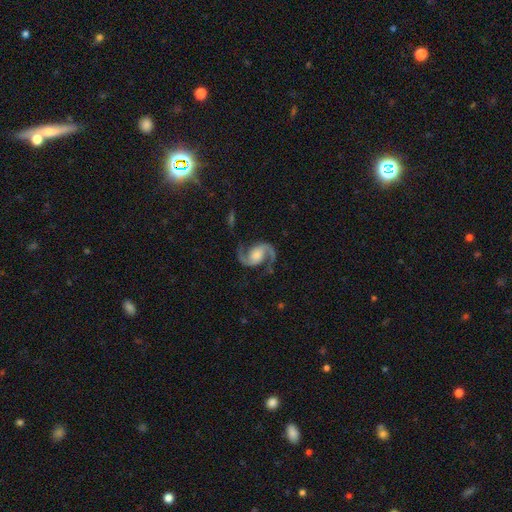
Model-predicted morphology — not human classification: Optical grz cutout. It shows a featured or disk galaxy (93%) with no bar (56%), 2 (95%) medium (56%) spiral arms (98%) and a moderate central bulge (33%). Merging: none (79%).